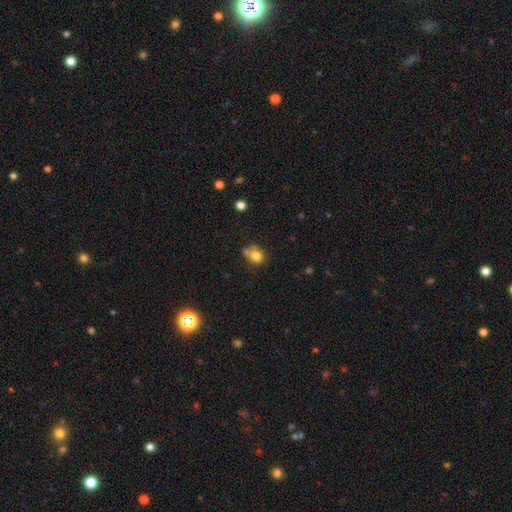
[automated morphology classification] smooth 77%, featured or disk 12%, star or artifact 12%. Down the decision tree: how rounded — round (55%); merging — none (45%).